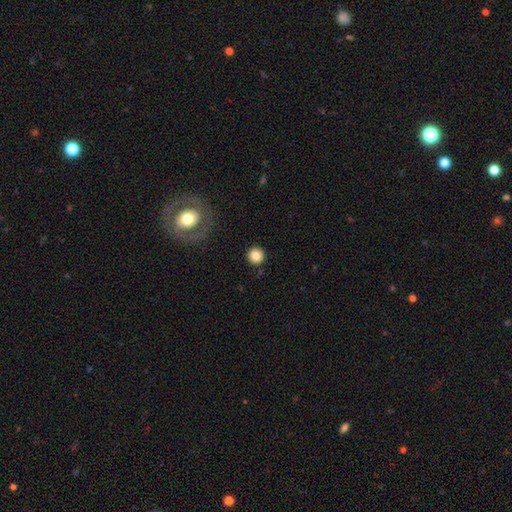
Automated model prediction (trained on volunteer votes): This appears to be a smooth galaxy with no disk features (84%) that is round (93%). Merging: none (91%).